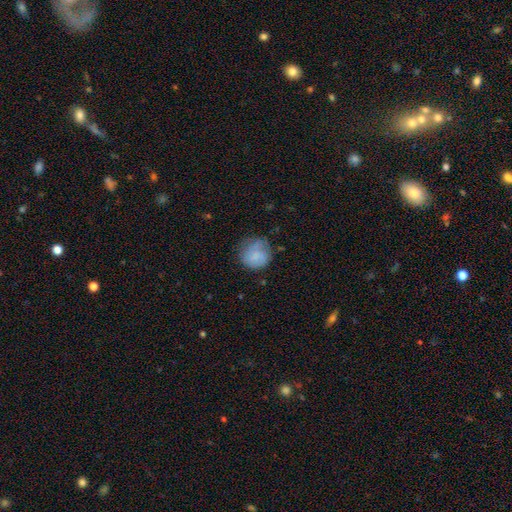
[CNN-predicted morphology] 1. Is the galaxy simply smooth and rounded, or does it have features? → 76% smooth, 16% featured or disk, 8% star or artifact.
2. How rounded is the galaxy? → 86% round, 13% in between, 1% cigar-shaped.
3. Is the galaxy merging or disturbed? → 58% none, 28% minor disturbance, 11% major disturbance, 2% merger.